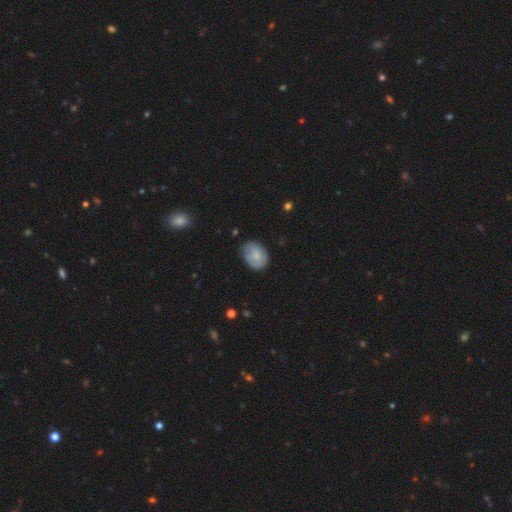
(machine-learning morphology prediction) A smooth galaxy with no disk features (72%) that is in between round and cigar-shaped (70%).

Vote fractions:
- Smooth or featured? smooth: 72% / featured or disk: 21% / star or artifact: 7%
- How rounded? in between: 70% / round: 29% / cigar-shaped: 1%
- Merging? none: 66% / minor disturbance: 27% / major disturbance: 6% / merger: 1%